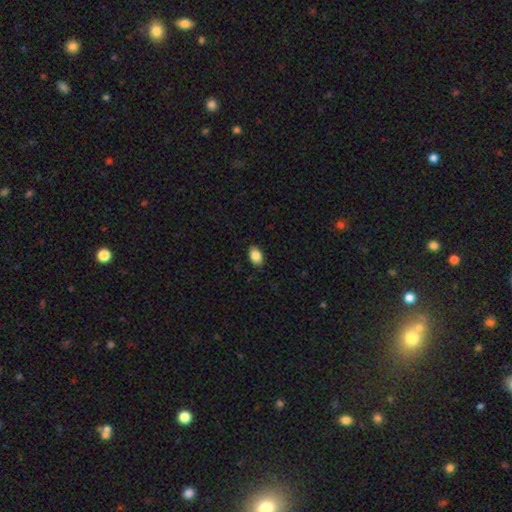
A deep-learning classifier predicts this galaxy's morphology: This appears to be a smooth galaxy with no disk features (86%) that is in between round and cigar-shaped (88%). Merging: none (88%).